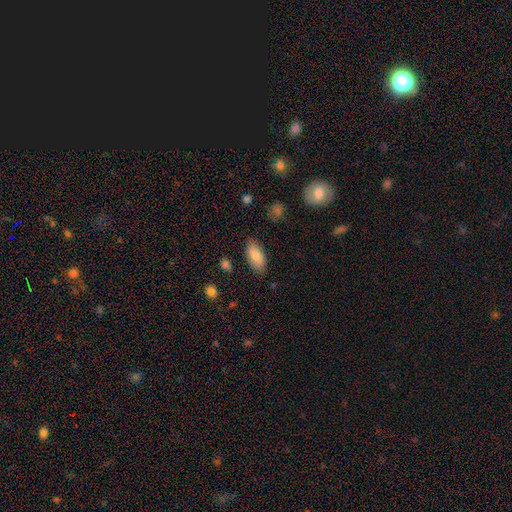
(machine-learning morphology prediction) Smooth or featured? smooth (84%)
How rounded? in between (92%)
Merging? none (83%)